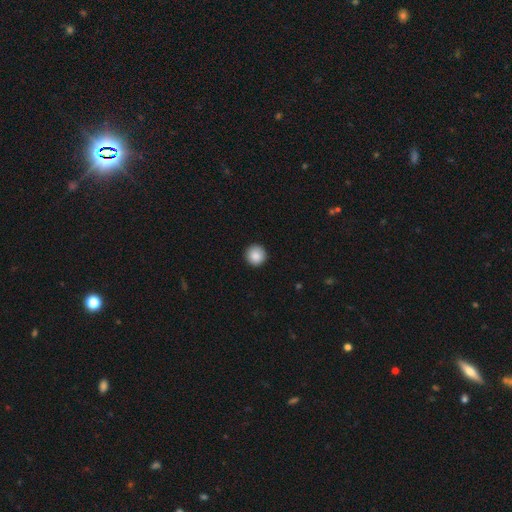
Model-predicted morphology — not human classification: Q: Smooth or featured?
A: smooth (88%); runner-up: star or artifact (8%)
Q: How rounded?
A: round (96%); runner-up: in between (3%)
Q: Merging?
A: none (93%); runner-up: minor disturbance (5%)